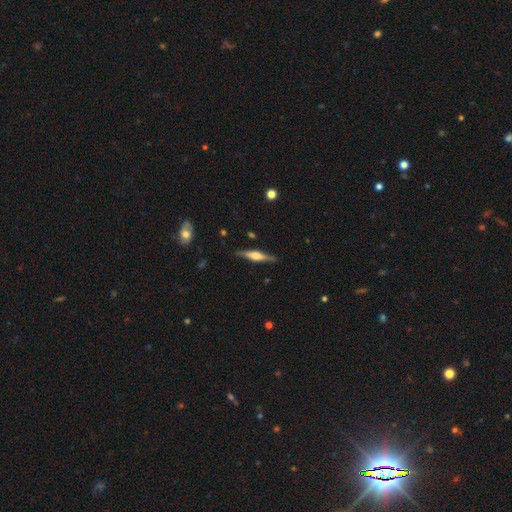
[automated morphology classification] Q: Smooth or featured?
A: featured or disk (68%); runner-up: smooth (26%)
Q: Edge-on disk?
A: yes (97%); runner-up: no (3%)
Q: Edge-on bulge?
A: rounded (73%); runner-up: boxy (23%)
Q: Merging?
A: none (88%); runner-up: minor disturbance (9%)